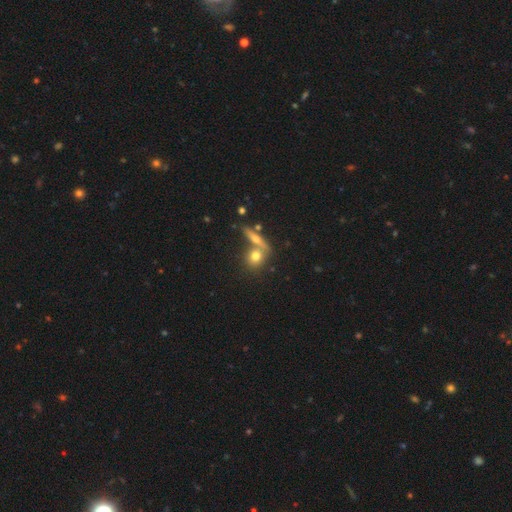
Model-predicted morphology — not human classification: Smooth or featured?
  - smooth: 55% *
  - featured or disk: 27%
  - star or artifact: 17%
How rounded?
  - round: 66% *
  - in between: 25%
  - cigar-shaped: 8%
Merging?
  - merger: 43% *
  - none: 40%
  - minor disturbance: 10%
  - major disturbance: 7%